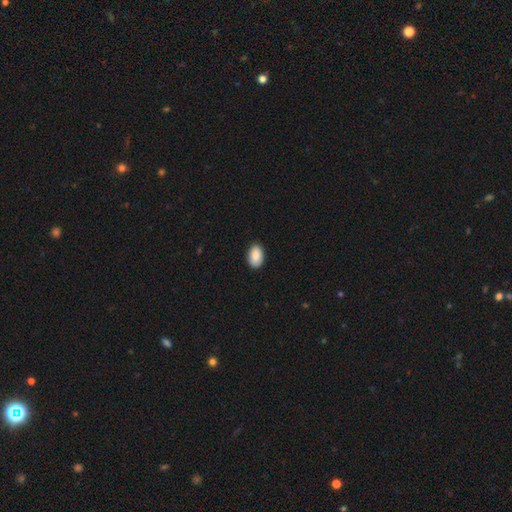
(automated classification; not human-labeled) smooth_or_featured: smooth (p=0.89) [alt: star or artifact p=0.06]
how_rounded: in between (p=0.91) [alt: round p=0.08]
merging: none (p=0.89) [alt: minor disturbance p=0.08]